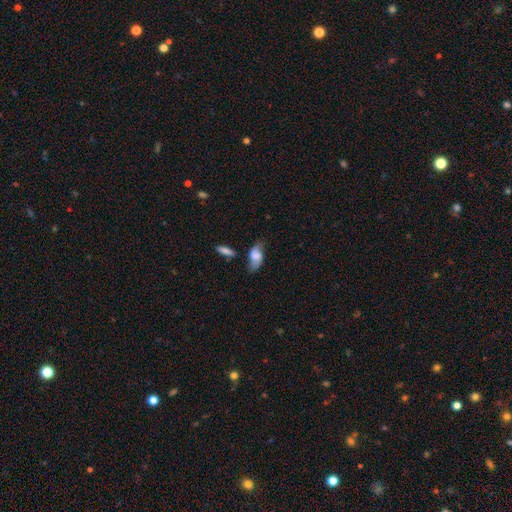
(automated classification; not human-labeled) A smooth galaxy with no disk features (56%) that is in between round and cigar-shaped (86%). Merging: none (56%).